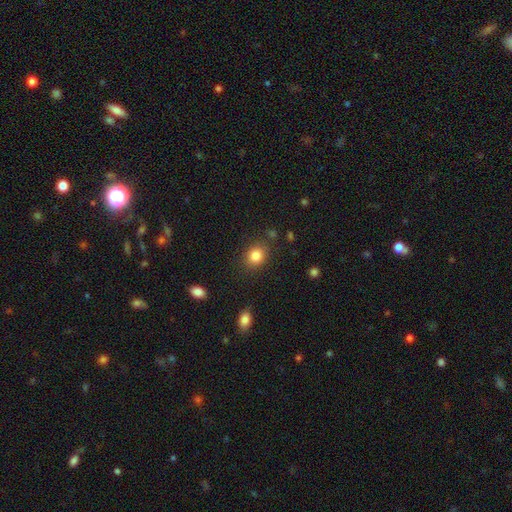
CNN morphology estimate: smooth-or-featured: smooth: 85% | star or artifact: 10% | featured or disk: 5%
  how-rounded: round: 63% | in between: 36% | cigar-shaped: 1%
  merging: none: 83% | minor disturbance: 11% | major disturbance: 3% | merger: 2%